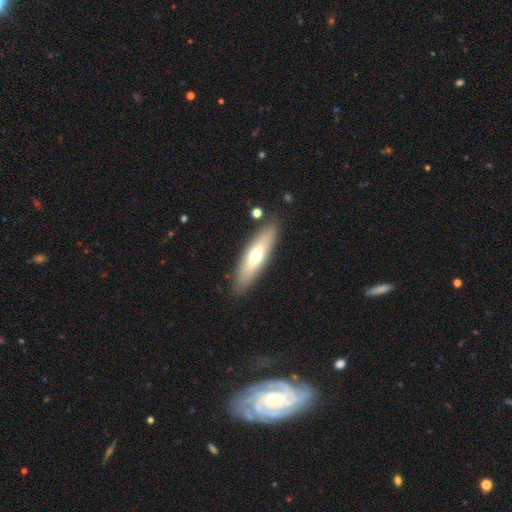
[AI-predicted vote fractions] smooth_or_featured: smooth (p=0.55) [alt: featured or disk p=0.39]
how_rounded: cigar-shaped (p=0.61) [alt: in between p=0.37]
merging: none (p=0.86) [alt: minor disturbance p=0.09]